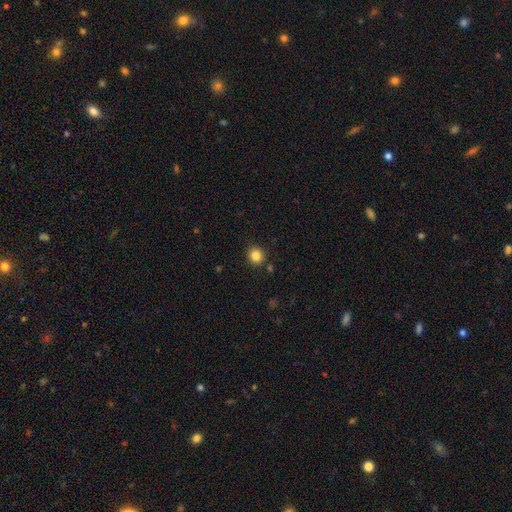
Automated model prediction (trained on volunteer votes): Smooth or featured?
  - smooth: 84% *
  - star or artifact: 11%
  - featured or disk: 5%
How rounded?
  - round: 81% *
  - in between: 18%
  - cigar-shaped: 1%
Merging?
  - none: 87% *
  - minor disturbance: 8%
  - merger: 3%
  - major disturbance: 2%